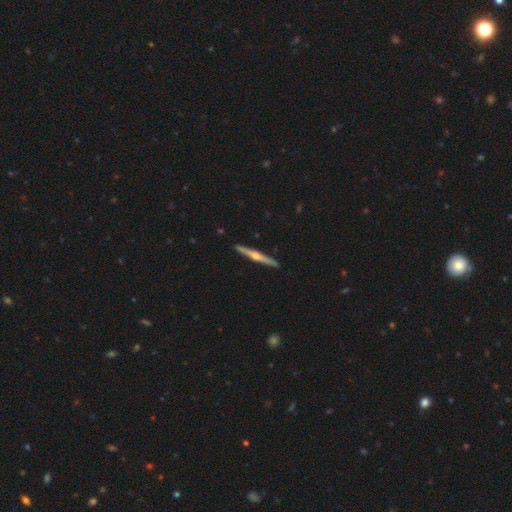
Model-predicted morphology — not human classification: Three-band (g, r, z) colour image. It shows a featured or disk galaxy (68%) viewed edge-on (98%) with a rounded central bulge (84%). Merging: none (92%).